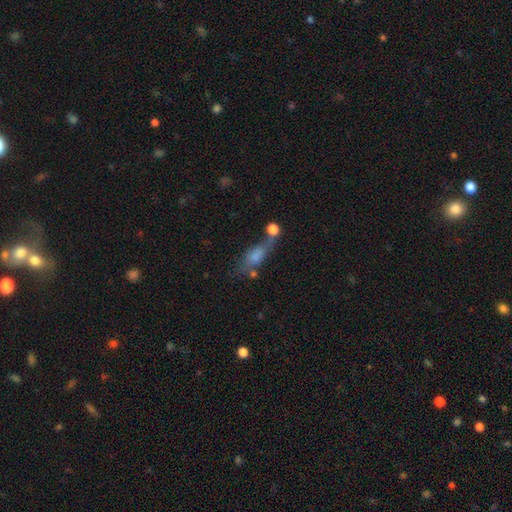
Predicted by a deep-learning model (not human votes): smooth_or_featured: smooth (p=0.56) [alt: featured or disk p=0.29]
how_rounded: in between (p=0.57) [alt: cigar-shaped p=0.33]
merging: none (p=0.37) [alt: merger p=0.25]